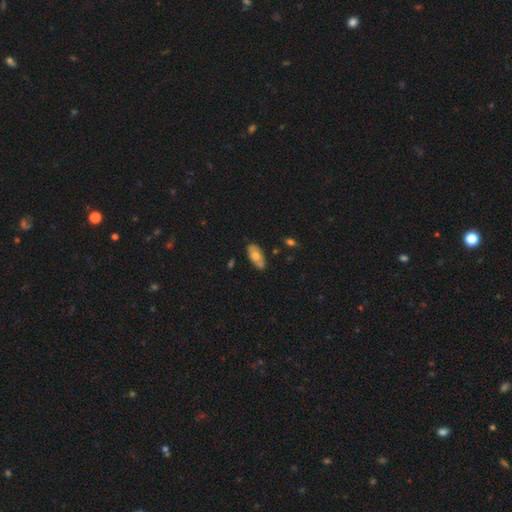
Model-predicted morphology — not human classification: This is likely a smooth galaxy (60%). How rounded: clearly in between (90%). Merging: likely none (72%).